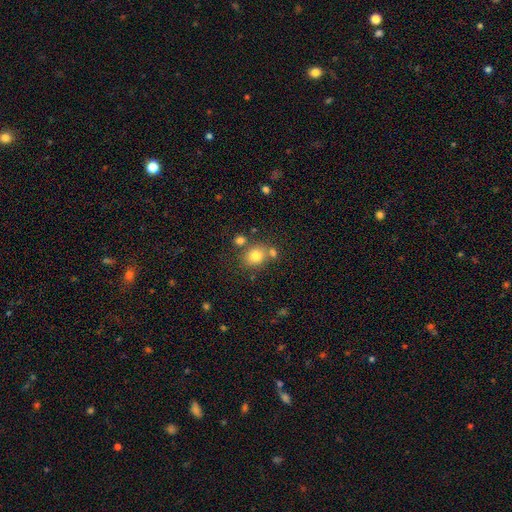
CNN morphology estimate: The model was most divided on "how rounded": round: 67%, in between: 32%, cigar-shaped: 1%. More confident: smooth or featured — smooth (78%); merging — none (66%).